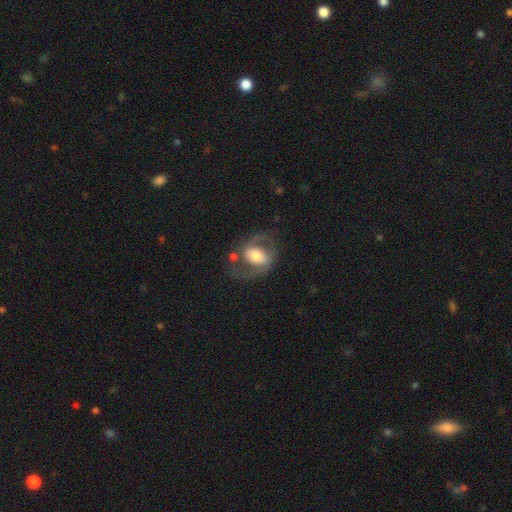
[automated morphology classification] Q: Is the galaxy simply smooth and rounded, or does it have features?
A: featured or disk — 67%.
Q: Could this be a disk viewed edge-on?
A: no — 95%.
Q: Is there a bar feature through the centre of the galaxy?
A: weak — 37%.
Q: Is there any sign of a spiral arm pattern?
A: yes — 73%.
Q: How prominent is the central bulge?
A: moderate — 56%.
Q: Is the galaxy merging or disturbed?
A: none — 60%.